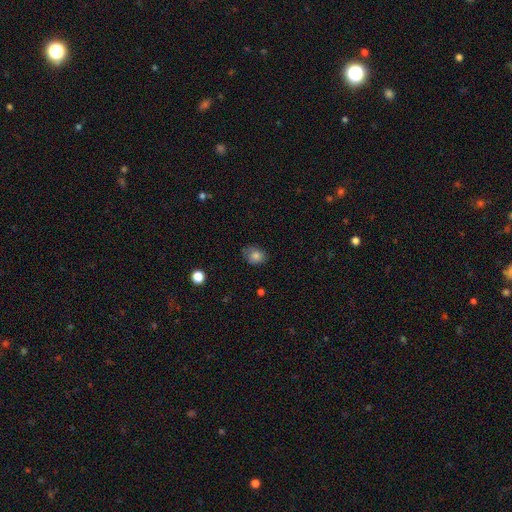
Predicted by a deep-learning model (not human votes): A smooth galaxy with no disk features (81%) that is in between round and cigar-shaped (53%). Merging: none (66%).